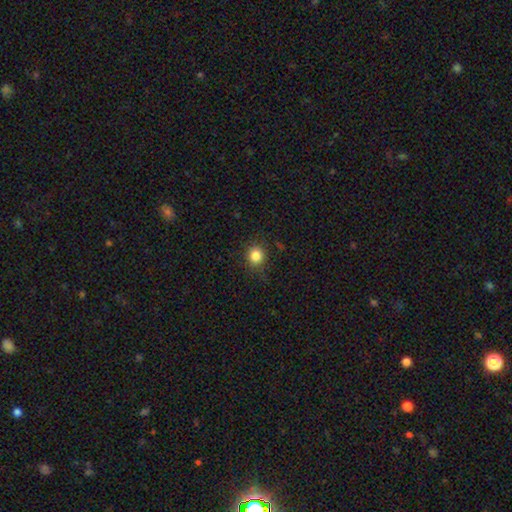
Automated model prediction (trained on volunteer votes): Smooth or featured: smooth — 83% (star or artifact — 12%)
How rounded: round — 88% (in between — 11%)
Merging: none — 85% (minor disturbance — 11%)